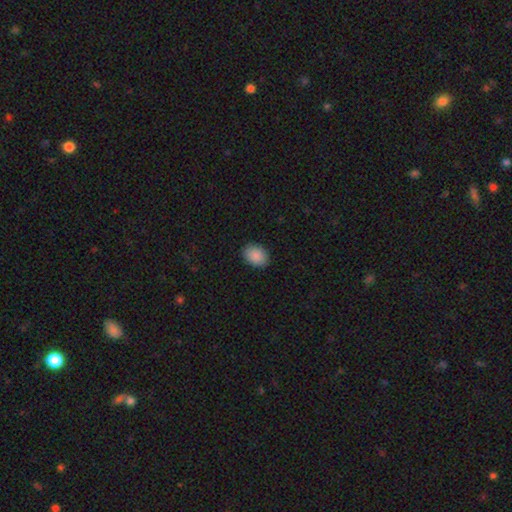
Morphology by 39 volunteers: type=smooth (85%); roundness=in between (61%); merging=none (91%).